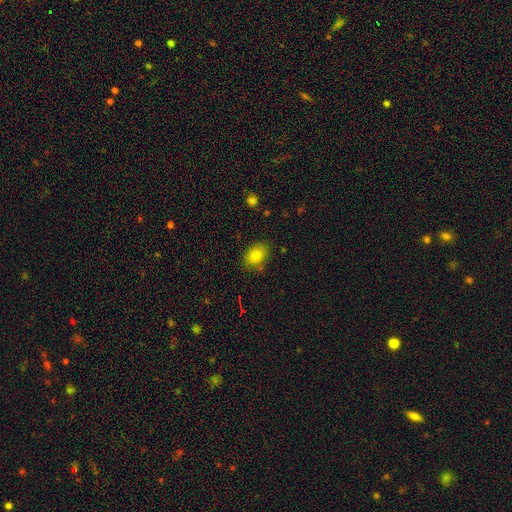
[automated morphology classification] Smooth or featured? smooth (81%)
How rounded? in between (69%)
Merging? none (79%)